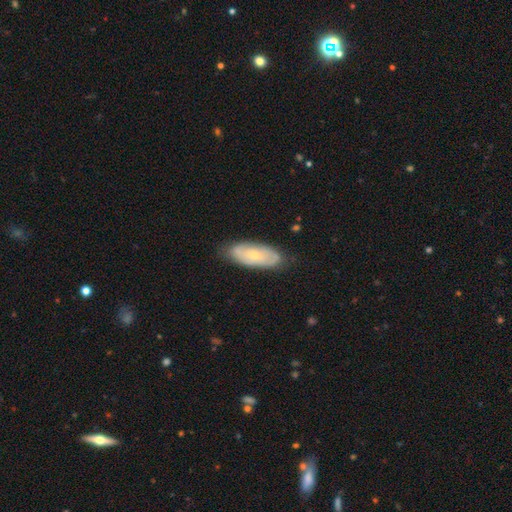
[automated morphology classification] smooth_or_featured: smooth (p=0.48) [alt: featured or disk p=0.42]
merging: none (p=0.82) [alt: minor disturbance p=0.14]